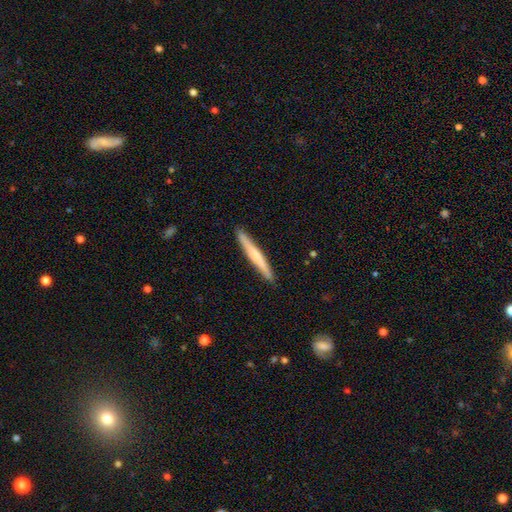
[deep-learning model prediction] Morphology: type=smooth (54%); roundness=cigar-shaped (96%); merging=none (91%).